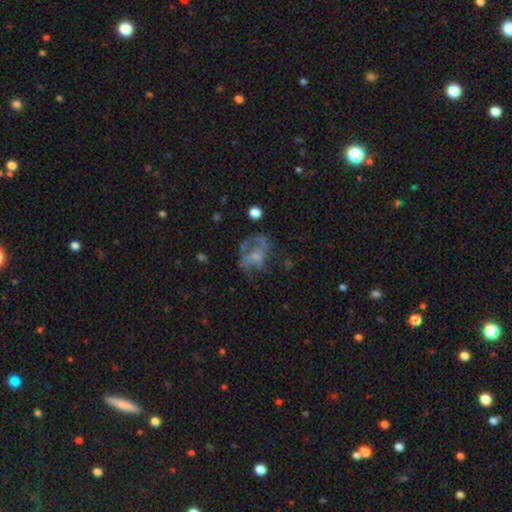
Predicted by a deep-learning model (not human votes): Smooth or featured: featured or disk — 63% (smooth — 24%)
Edge-on disk: no — 97% (yes — 3%)
Bar: no — 69% (weak — 25%)
Spiral arms: yes — 60% (no — 40%)
Bulge size: small — 39% (none — 34%)
Merging: none — 39% (major disturbance — 37%)